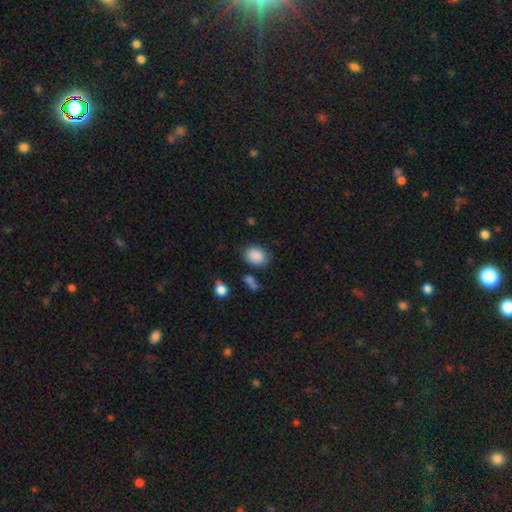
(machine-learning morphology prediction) Smooth or featured? Predicted: smooth (p=0.88). How rounded? Predicted: in between (p=0.70). Merging? Predicted: none (p=0.79).